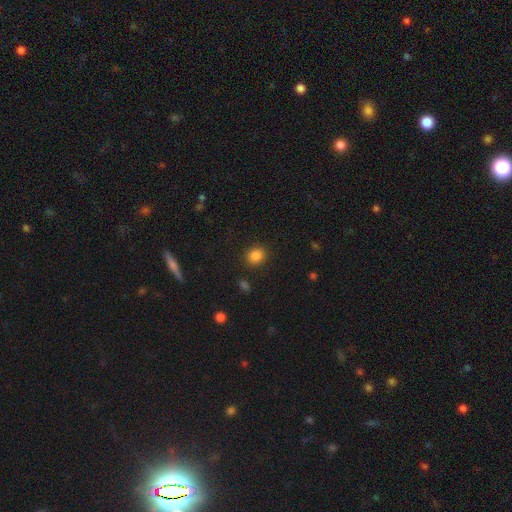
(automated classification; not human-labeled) Smooth or featured? smooth (84%)
How rounded? round (71%)
Merging? none (89%)